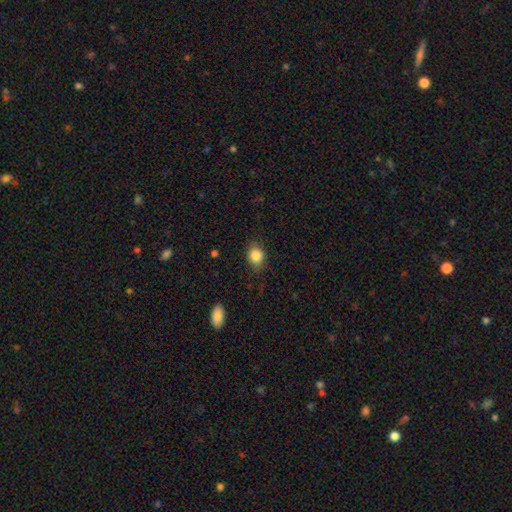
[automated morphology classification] The model was most divided on "how rounded": in between: 51%, round: 48%, cigar-shaped: 1%. More confident: smooth or featured — smooth (85%); merging — none (79%).